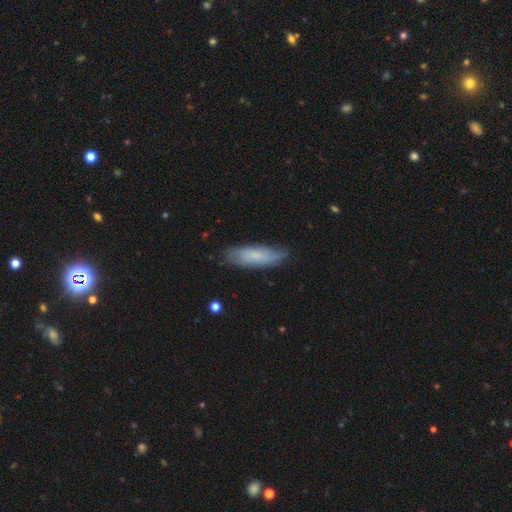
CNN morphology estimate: This is likely a smooth galaxy (63%). How rounded: possibly in between (50%). Merging: likely none (71%).